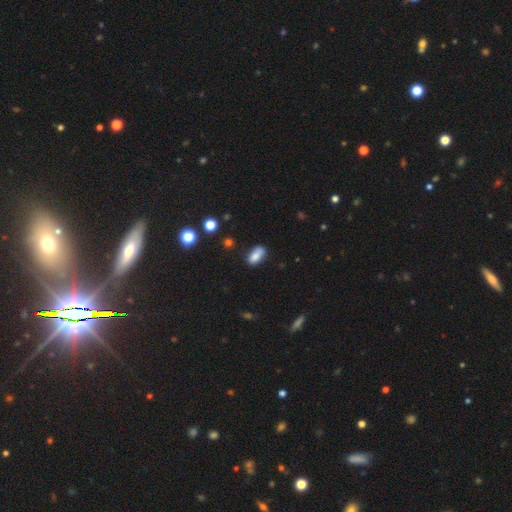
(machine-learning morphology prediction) smooth-or-featured: smooth: 82% | star or artifact: 9% | featured or disk: 9%
  how-rounded: in between: 87% | cigar-shaped: 7% | round: 6%
  merging: none: 68% | minor disturbance: 20% | merger: 7% | major disturbance: 5%